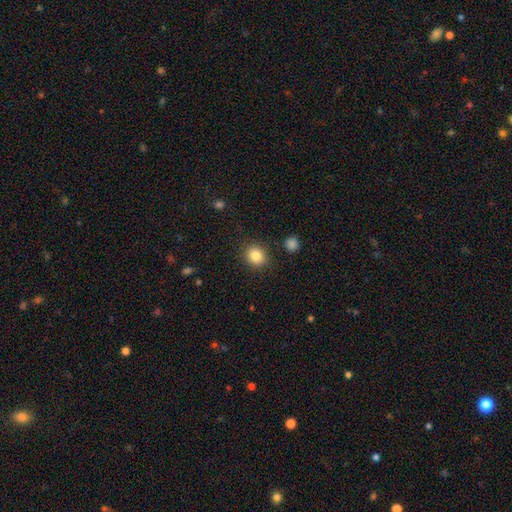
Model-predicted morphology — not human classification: A smooth galaxy with no disk features (85%) that is round (80%). Merging: none (87%).